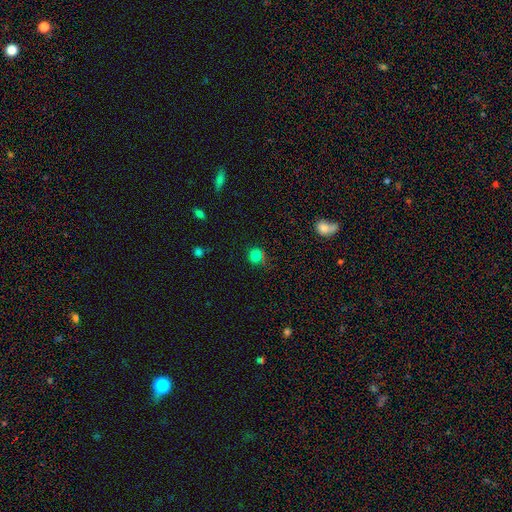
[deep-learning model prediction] smooth_or_featured: smooth (p=0.78) [alt: star or artifact p=0.17]
how_rounded: round (p=0.88) [alt: in between p=0.11]
merging: none (p=0.78) [alt: minor disturbance p=0.14]